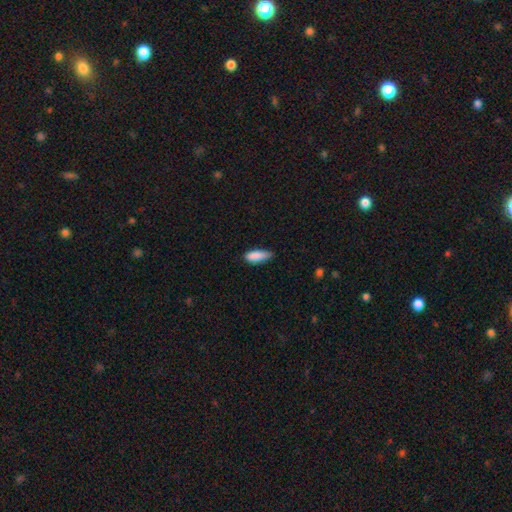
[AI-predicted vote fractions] Smooth or featured? Predicted: smooth (p=0.87). How rounded? Predicted: in between (p=0.67). Merging? Predicted: none (p=0.58).